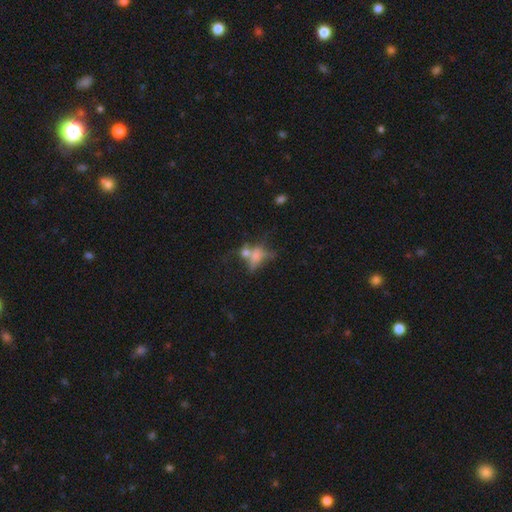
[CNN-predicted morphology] Smooth or featured: smooth — 50% (featured or disk — 34%)
Merging: merger — 40% (none — 24%)